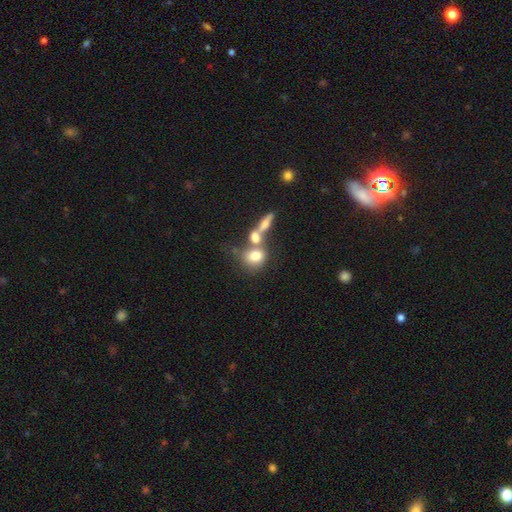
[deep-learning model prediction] smooth-or-featured: smooth: 72% | featured or disk: 18% | star or artifact: 9%
  how-rounded: round: 55% | in between: 42% | cigar-shaped: 3%
  merging: merger: 51% | none: 34% | minor disturbance: 9% | major disturbance: 6%